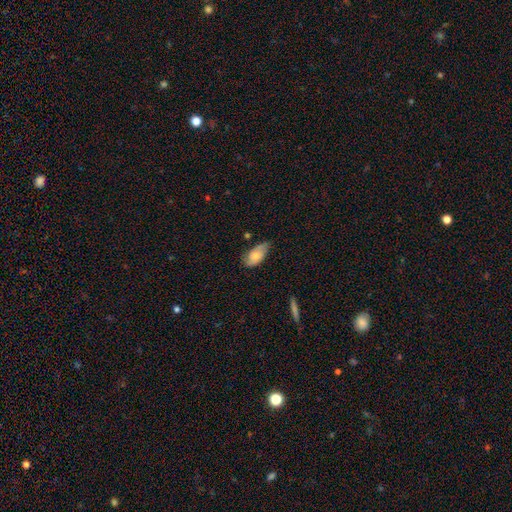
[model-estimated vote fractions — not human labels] Smooth or featured?
  - smooth: 65% *
  - featured or disk: 28%
  - star or artifact: 7%
How rounded?
  - in between: 92% *
  - cigar-shaped: 4%
  - round: 4%
Merging?
  - none: 52% *
  - minor disturbance: 37%
  - major disturbance: 9%
  - merger: 2%